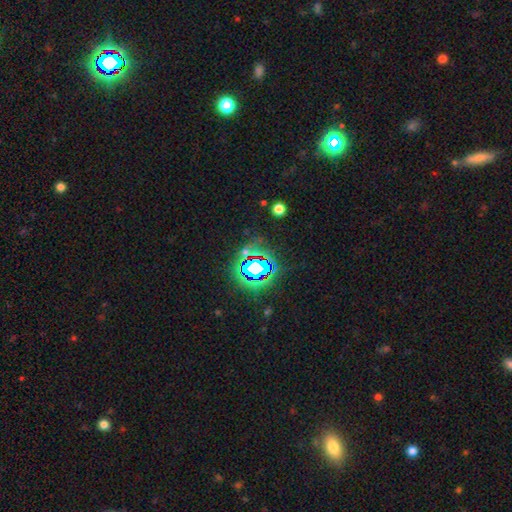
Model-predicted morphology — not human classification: The model was most divided on "smooth or featured": star or artifact: 77%, smooth: 13%, featured or disk: 9%.